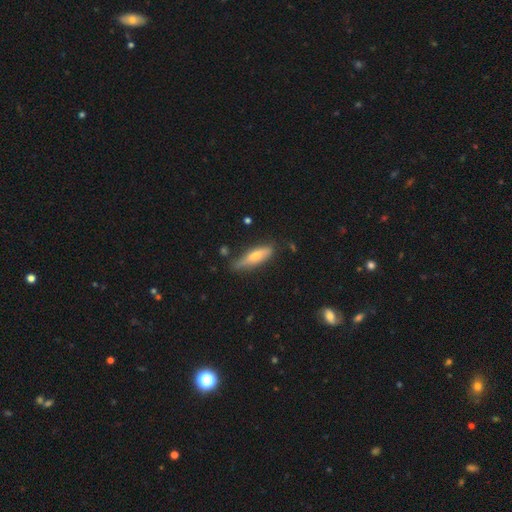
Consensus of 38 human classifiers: This appears to be a featured or disk galaxy (50%) viewed edge-on (95%) with a rounded central bulge (89%). Merging: none (81%).